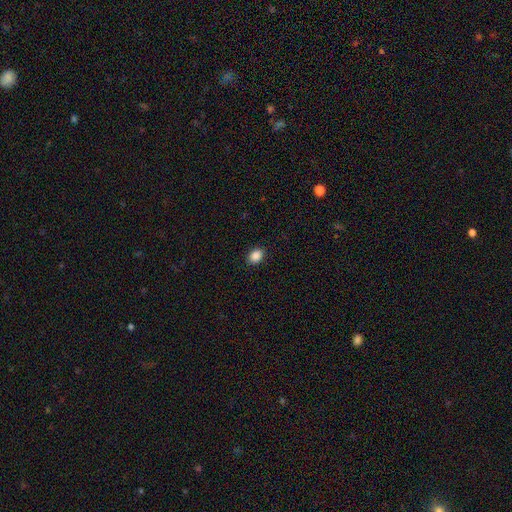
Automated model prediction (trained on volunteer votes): This is clearly a smooth galaxy (88%). How rounded: likely in between (69%). Merging: clearly none (90%).